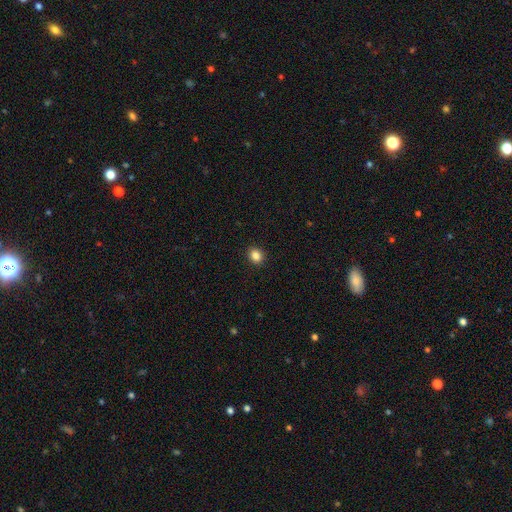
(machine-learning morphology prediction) Smooth or featured? Predicted: smooth (p=0.85). How rounded? Predicted: round (p=0.62). Merging? Predicted: none (p=0.92).